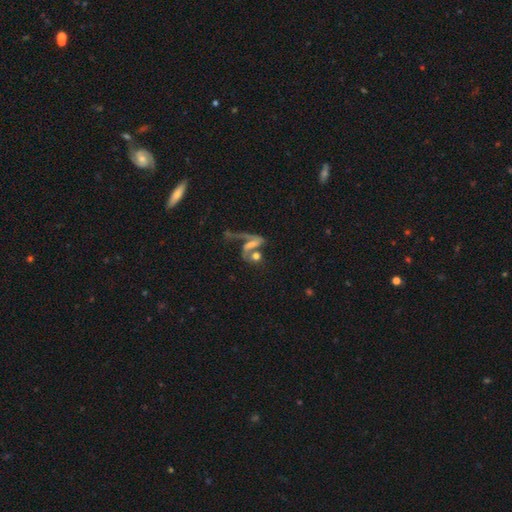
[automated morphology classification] featured or disk 44%, smooth 42%, star or artifact 14%. Down the decision tree: merging — merger (48%).